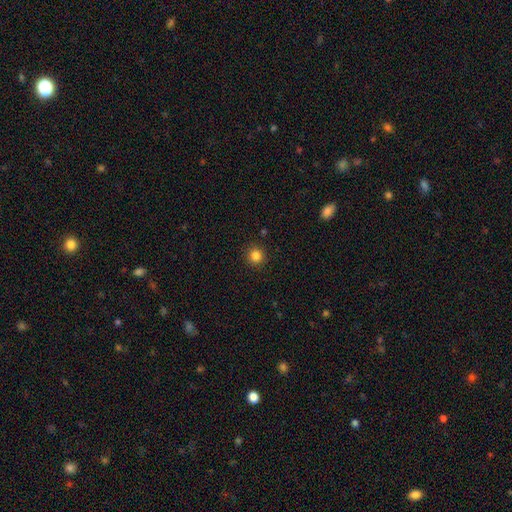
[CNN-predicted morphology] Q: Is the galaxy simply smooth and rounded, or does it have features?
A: smooth — 84%.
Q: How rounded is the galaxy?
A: round — 93%.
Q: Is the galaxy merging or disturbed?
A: none — 91%.